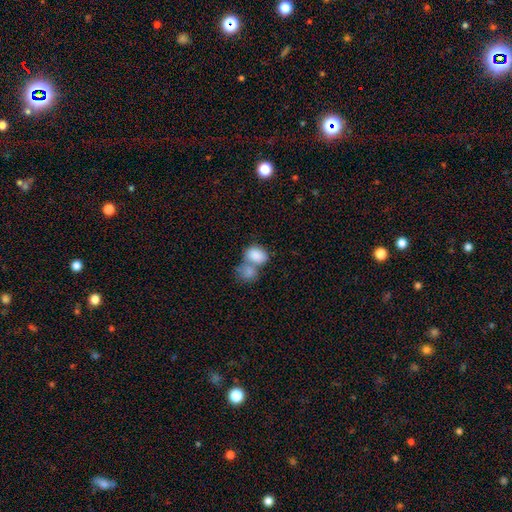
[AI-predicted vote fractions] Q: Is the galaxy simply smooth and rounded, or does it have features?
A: smooth — 84%.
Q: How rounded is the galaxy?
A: in between — 72%.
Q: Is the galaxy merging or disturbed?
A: merger — 60%.